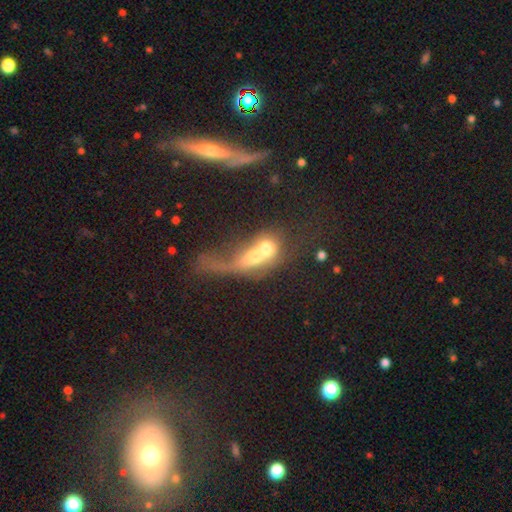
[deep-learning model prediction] This appears to be a smooth galaxy with no disk features (51%) that is in between round and cigar-shaped (46%). Merging: merger (75%).